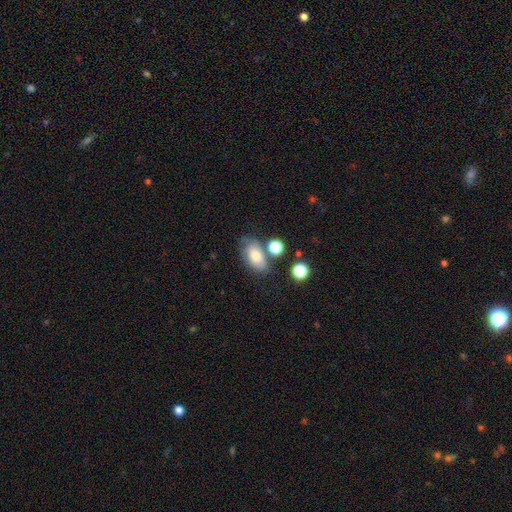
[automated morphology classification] Smooth or featured: smooth — 75% (featured or disk — 16%)
How rounded: in between — 90% (round — 8%)
Merging: none — 59% (minor disturbance — 20%)